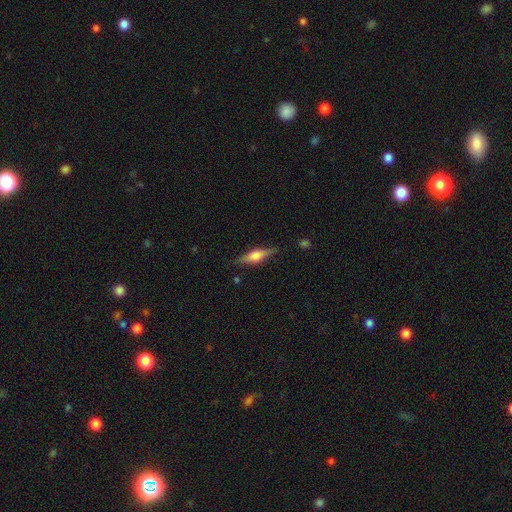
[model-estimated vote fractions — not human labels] A featured or disk galaxy (61%) viewed edge-on (95%) with a rounded central bulge (87%).

Vote fractions:
- Smooth or featured? featured or disk: 61% / smooth: 33% / star or artifact: 7%
- Edge-on disk? yes: 95% / no: 5%
- Edge-on bulge? rounded: 87% / boxy: 11% / none: 3%
- Merging? none: 85% / minor disturbance: 11% / major disturbance: 3% / merger: 2%